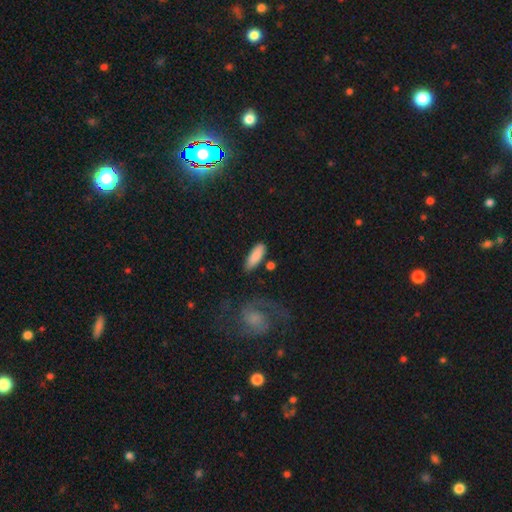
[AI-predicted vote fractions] Smooth or featured? Predicted: smooth (p=0.87). How rounded? Predicted: in between (p=0.64). Merging? Predicted: none (p=0.77).